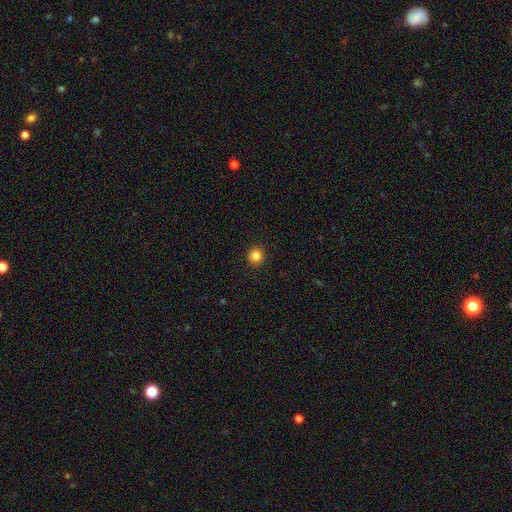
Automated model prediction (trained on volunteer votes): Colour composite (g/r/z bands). It shows a smooth galaxy with no disk features (85%) that is round (94%). Merging: none (93%).